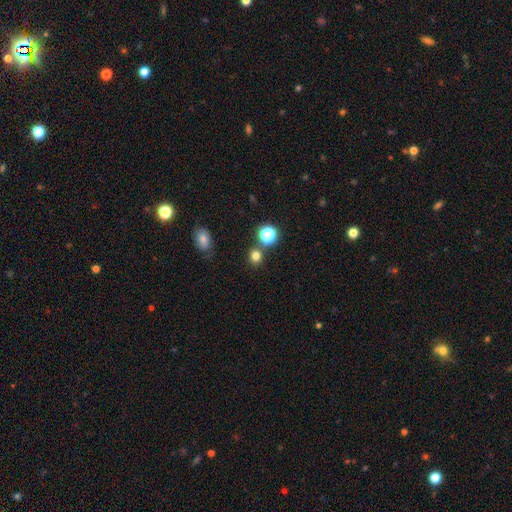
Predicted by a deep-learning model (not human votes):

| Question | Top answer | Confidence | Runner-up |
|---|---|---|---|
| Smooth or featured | smooth | 76% | star or artifact (18%) |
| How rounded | round | 83% | in between (16%) |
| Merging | none | 78% | merger (11%) |